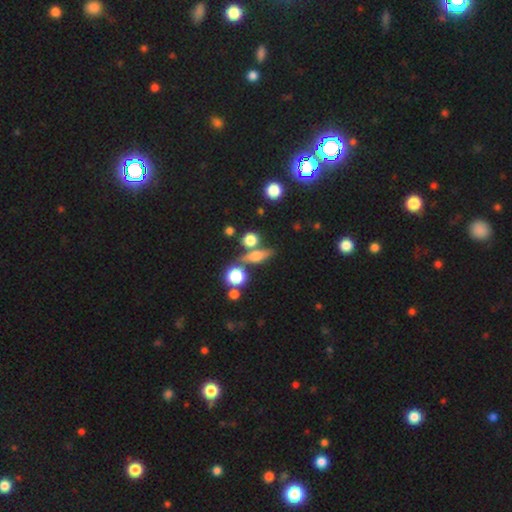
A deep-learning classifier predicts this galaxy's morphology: Smooth or featured?
  - smooth: 44% *
  - featured or disk: 42%
  - star or artifact: 14%
Merging?
  - none: 70% *
  - merger: 14%
  - minor disturbance: 11%
  - major disturbance: 5%